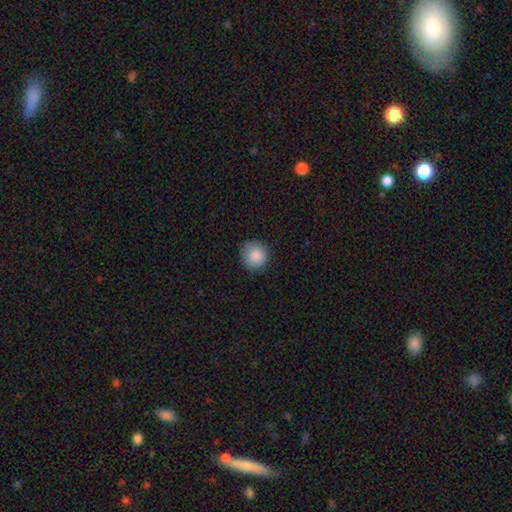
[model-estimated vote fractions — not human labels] Smooth or featured?
  - smooth: 87% *
  - star or artifact: 8%
  - featured or disk: 5%
How rounded?
  - round: 93% *
  - in between: 6%
  - cigar-shaped: 1%
Merging?
  - none: 83% *
  - minor disturbance: 13%
  - major disturbance: 3%
  - merger: 1%